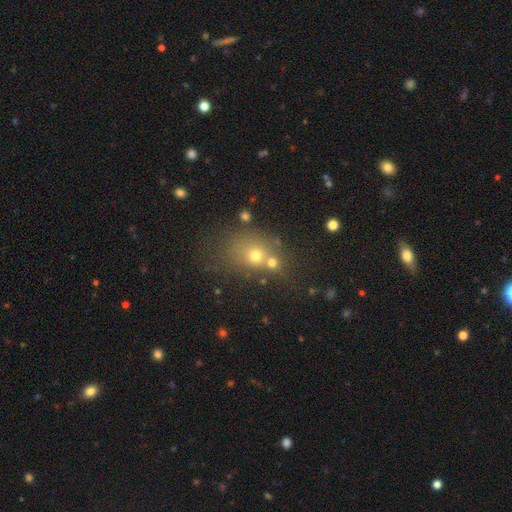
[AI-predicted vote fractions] A smooth galaxy with no disk features (64%) that is round (64%).

Vote fractions:
- Smooth or featured? smooth: 64% / star or artifact: 20% / featured or disk: 16%
- How rounded? round: 64% / in between: 35% / cigar-shaped: 1%
- Merging? none: 49% / merger: 33% / minor disturbance: 11% / major disturbance: 6%